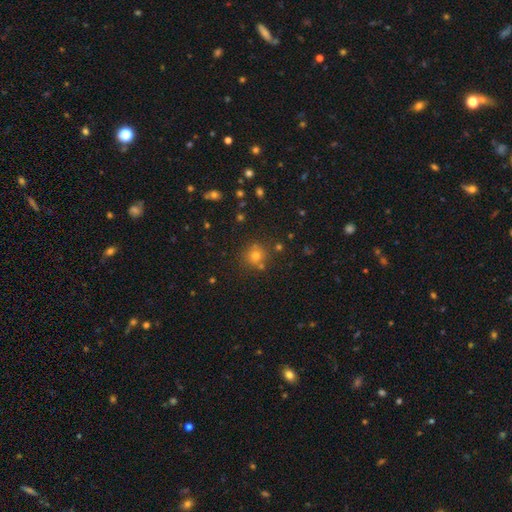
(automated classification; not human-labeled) smooth 66%, star or artifact 26%, featured or disk 9%. Down the decision tree: how rounded — round (91%); merging — none (77%).